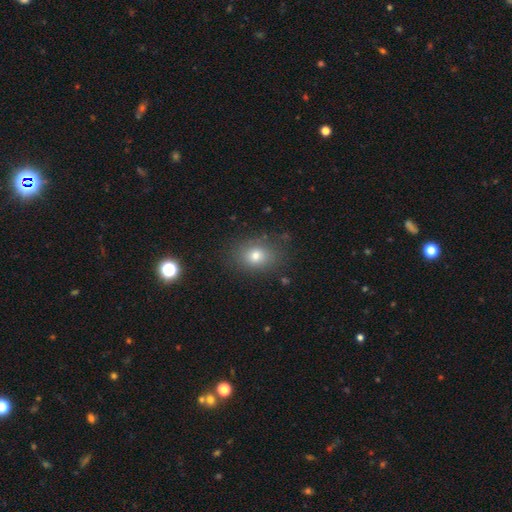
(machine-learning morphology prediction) Smooth or featured? smooth (75%)
How rounded? in between (64%)
Merging? none (80%)